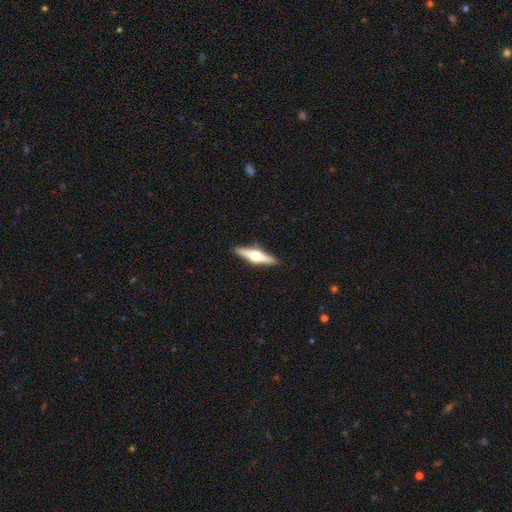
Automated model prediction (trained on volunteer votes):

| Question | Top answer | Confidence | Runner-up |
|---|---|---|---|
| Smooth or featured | featured or disk | 67% | smooth (27%) |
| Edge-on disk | yes | 97% | no (3%) |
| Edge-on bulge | rounded | 96% | boxy (3%) |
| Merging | none | 90% | minor disturbance (7%) |